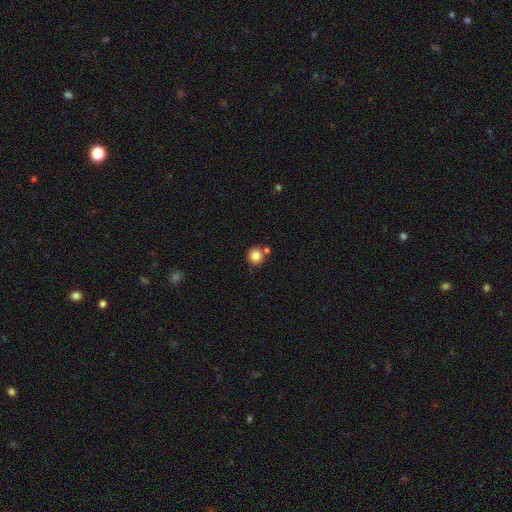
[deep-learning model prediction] The model was most divided on "merging": none: 73%, merger: 16%, minor disturbance: 9%, major disturbance: 3%. More confident: how rounded — round (93%); smooth or featured — smooth (84%).